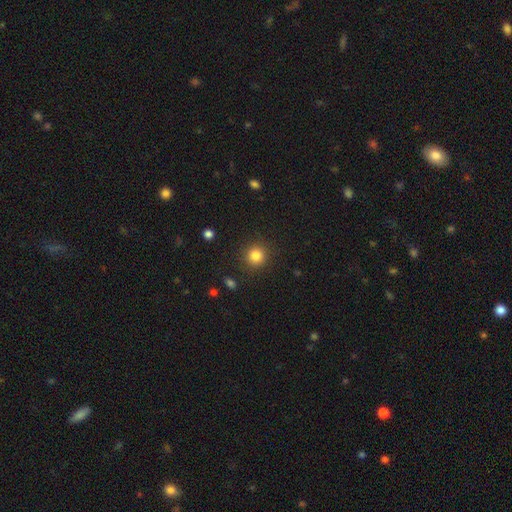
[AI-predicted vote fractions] Q: Smooth or featured?
A: smooth (84%); runner-up: star or artifact (11%)
Q: How rounded?
A: round (93%); runner-up: in between (6%)
Q: Merging?
A: none (89%); runner-up: minor disturbance (7%)